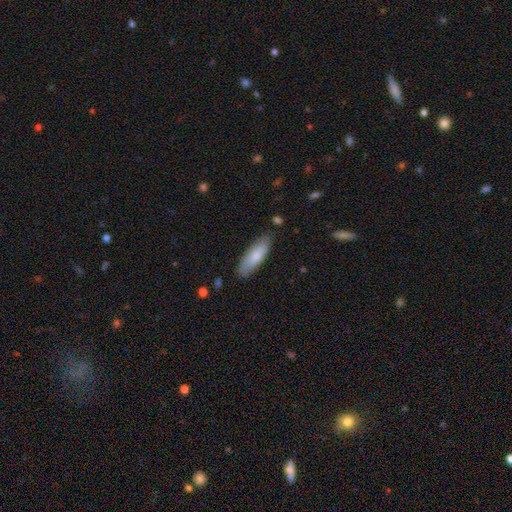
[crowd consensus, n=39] This appears to be a smooth galaxy with no disk features (69%) that is in between round and cigar-shaped (59%). Merging: none (74%).